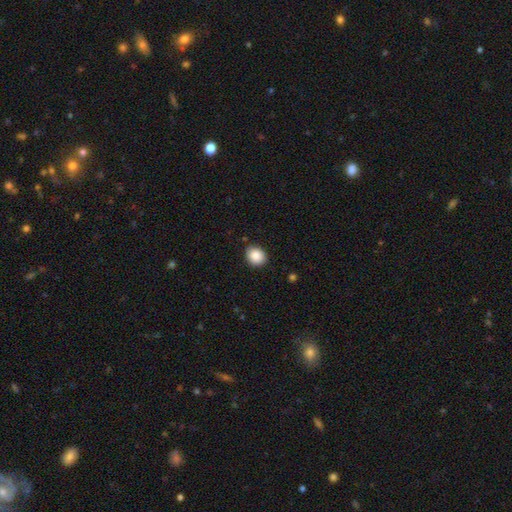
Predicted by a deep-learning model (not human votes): This is clearly a smooth galaxy (88%). How rounded: likely round (67%). Merging: clearly none (87%).